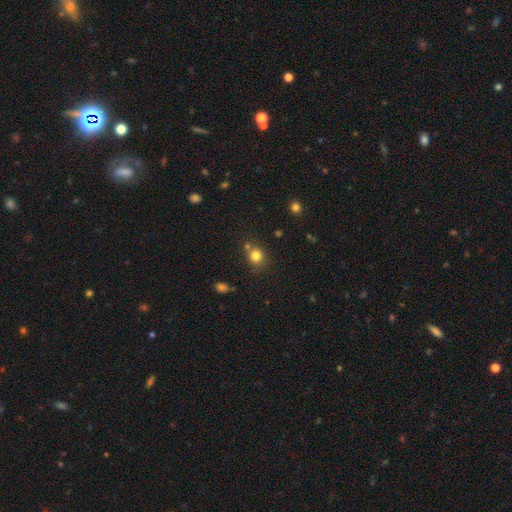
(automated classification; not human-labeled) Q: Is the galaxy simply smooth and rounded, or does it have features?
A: smooth — 80%.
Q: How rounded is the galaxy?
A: round — 81%.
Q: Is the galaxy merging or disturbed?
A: none — 67%.